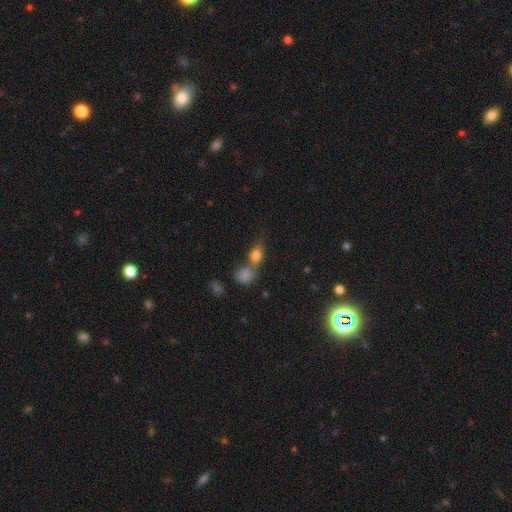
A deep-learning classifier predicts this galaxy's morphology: The model was most divided on "merging": merger: 49%, none: 35%, minor disturbance: 10%, major disturbance: 5%. More confident: smooth or featured — smooth (76%); how rounded — in between (69%).